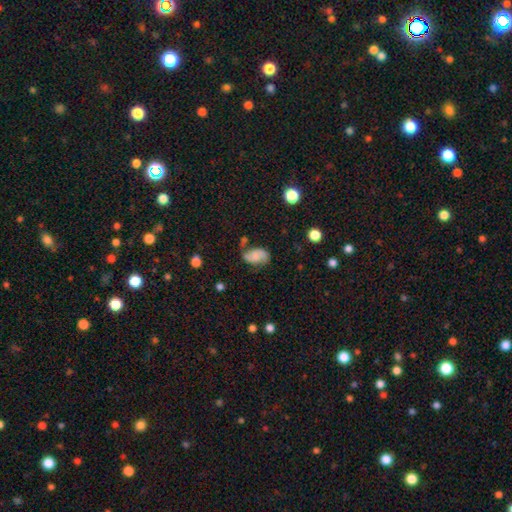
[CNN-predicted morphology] type=featured or disk (55%); edge-on=no (97%); bar=no (61%); spiral arms=yes (89%); bulge=none (50%); merging=none (53%).